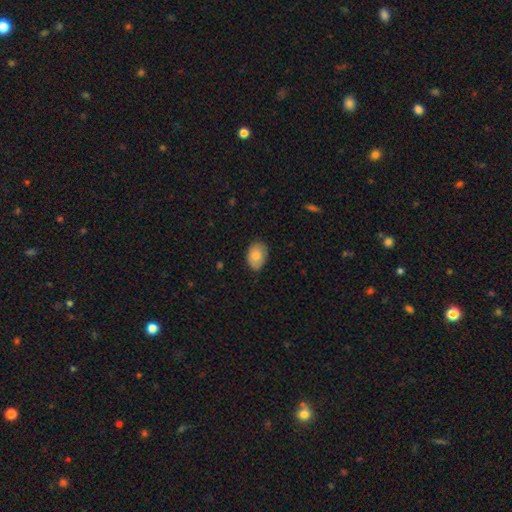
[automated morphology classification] Smooth or featured? smooth (79%)
How rounded? in between (80%)
Merging? none (77%)